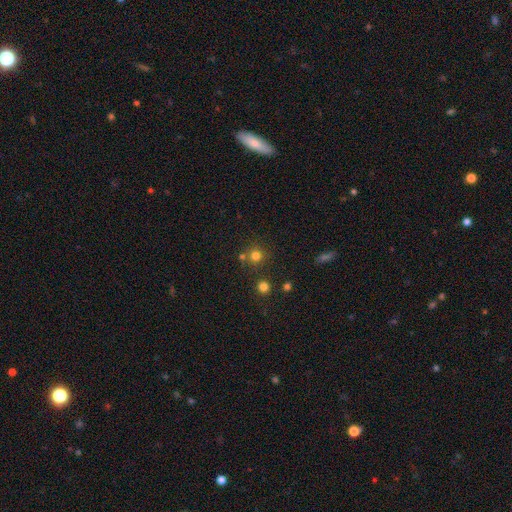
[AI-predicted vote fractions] smooth 76%, star or artifact 18%, featured or disk 7%. Down the decision tree: how rounded — round (91%); merging — none (74%).